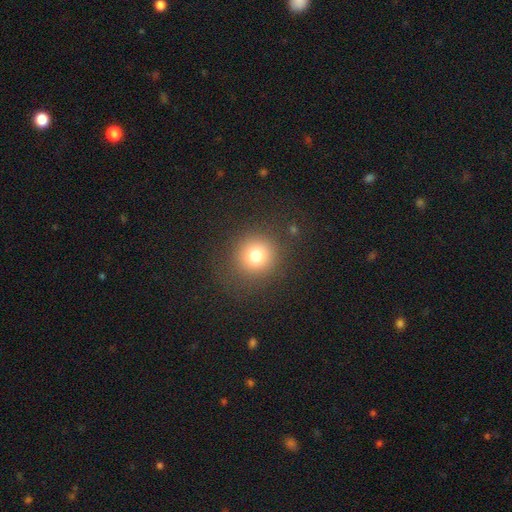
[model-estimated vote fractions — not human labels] Smooth or featured: smooth — 75% (star or artifact — 15%)
How rounded: round — 92% (in between — 7%)
Merging: none — 86% (minor disturbance — 8%)